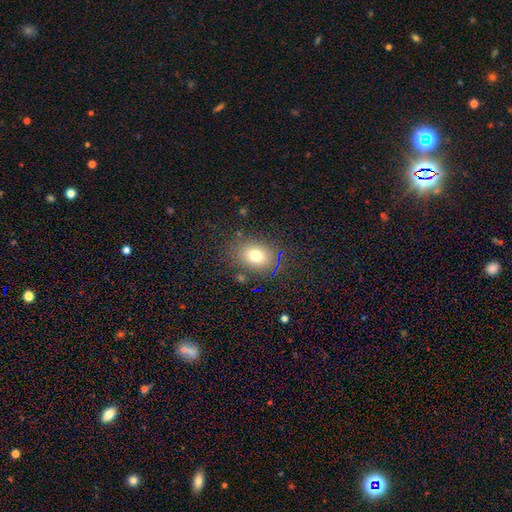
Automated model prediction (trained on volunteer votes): A smooth galaxy with no disk features (75%) that is in between round and cigar-shaped (65%).

Vote fractions:
- Smooth or featured? smooth: 75% / star or artifact: 14% / featured or disk: 11%
- How rounded? in between: 65% / round: 34% / cigar-shaped: 1%
- Merging? none: 80% / minor disturbance: 12% / major disturbance: 5% / merger: 3%